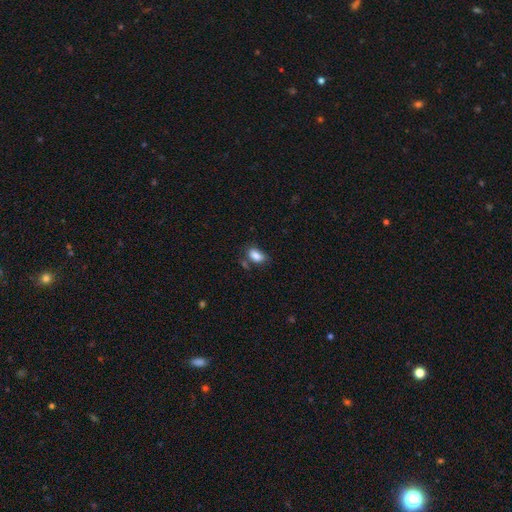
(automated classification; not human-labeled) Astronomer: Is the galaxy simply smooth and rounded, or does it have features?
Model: smooth — 83%.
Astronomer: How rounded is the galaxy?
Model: in between — 89%.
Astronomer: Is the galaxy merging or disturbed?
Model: none — 61%.